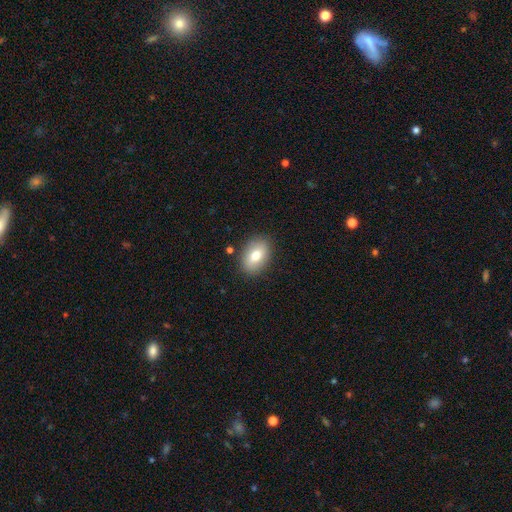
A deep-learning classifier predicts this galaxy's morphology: smooth_or_featured: smooth (p=0.74) [alt: featured or disk p=0.18]
how_rounded: in between (p=0.83) [alt: round p=0.16]
merging: none (p=0.86) [alt: minor disturbance p=0.10]